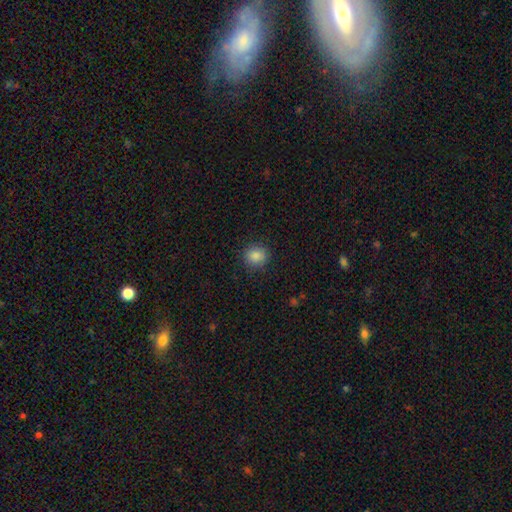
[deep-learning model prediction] The model was most divided on "smooth or featured": smooth: 86%, star or artifact: 10%, featured or disk: 4%. More confident: merging — none (89%); how rounded — round (88%).